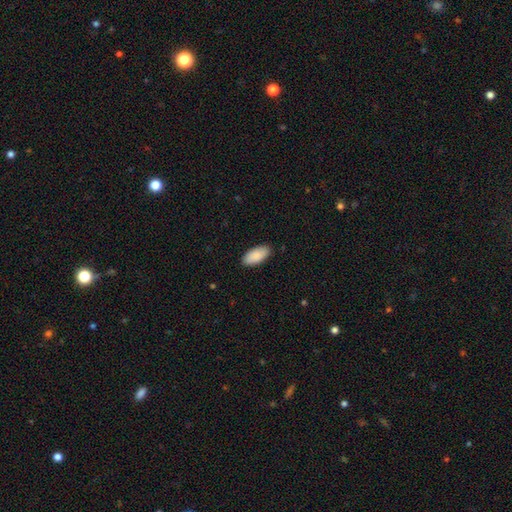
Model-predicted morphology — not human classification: Smooth or featured? Predicted: smooth (p=0.89). How rounded? Predicted: in between (p=0.91). Merging? Predicted: none (p=0.88).